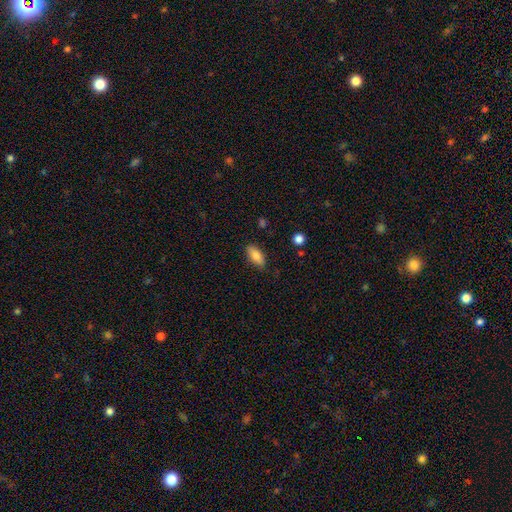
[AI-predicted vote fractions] smooth-or-featured: smooth: 82% | featured or disk: 11% | star or artifact: 7%
  how-rounded: in between: 83% | cigar-shaped: 14% | round: 3%
  merging: none: 84% | minor disturbance: 12% | major disturbance: 2% | merger: 1%